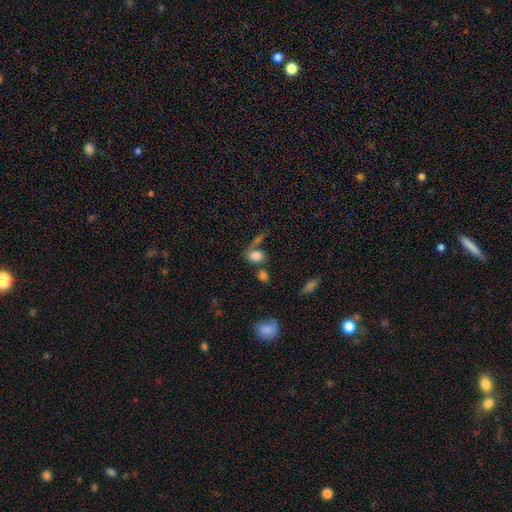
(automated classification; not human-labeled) smooth 77%, featured or disk 12%, star or artifact 11%. Down the decision tree: how rounded — in between (58%); merging — none (36%).